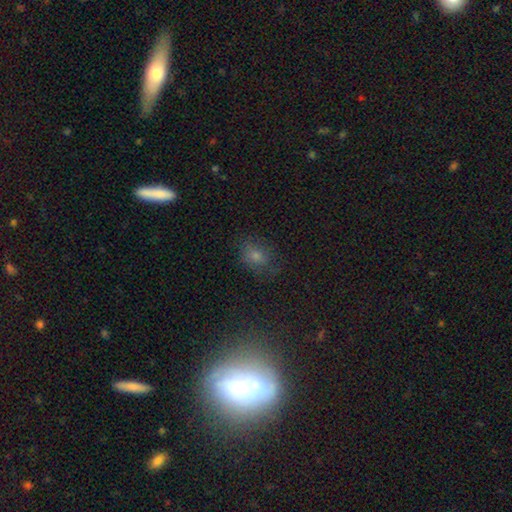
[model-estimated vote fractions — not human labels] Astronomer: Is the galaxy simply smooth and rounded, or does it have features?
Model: smooth — 71%.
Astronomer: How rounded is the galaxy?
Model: in between — 56% (runner-up: round, 42%).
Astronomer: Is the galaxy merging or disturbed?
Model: none — 68%.